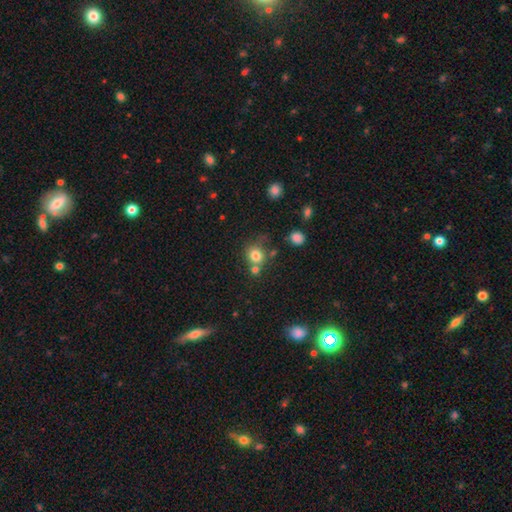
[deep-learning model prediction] The model was most divided on "merging": none: 57%, merger: 25%, minor disturbance: 13%, major disturbance: 5%. More confident: how rounded — round (83%); smooth or featured — smooth (79%).